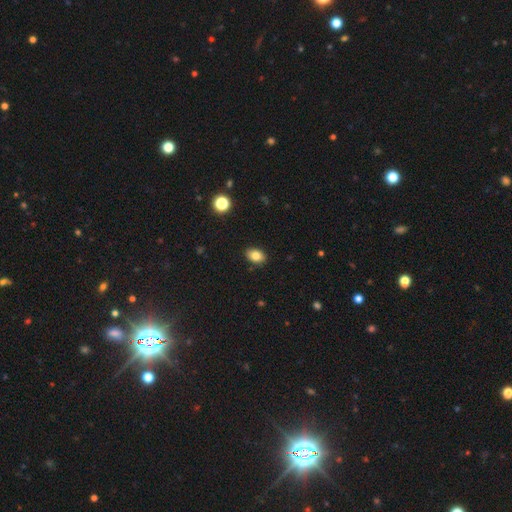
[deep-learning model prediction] Overall: smooth (82%). How rounded: in between (82%). Merging: none (89%).